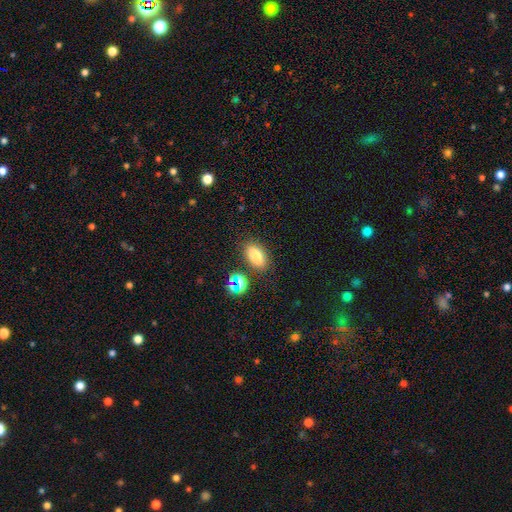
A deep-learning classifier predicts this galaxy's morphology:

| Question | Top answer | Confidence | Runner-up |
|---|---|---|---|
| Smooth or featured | smooth | 75% | star or artifact (15%) |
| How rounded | in between | 85% | round (10%) |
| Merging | none | 82% | minor disturbance (10%) |